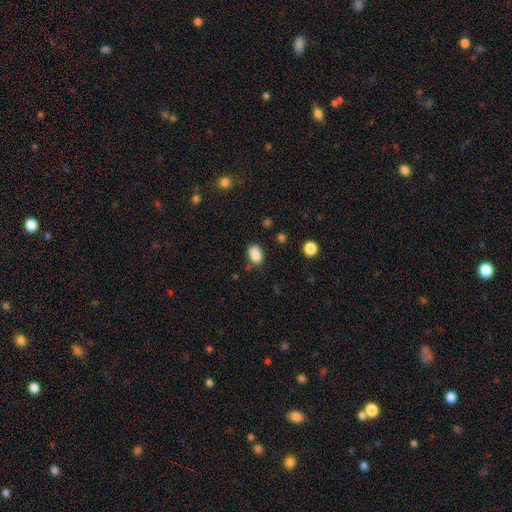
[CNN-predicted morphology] type=smooth (84%); roundness=in between (77%); merging=none (63%).